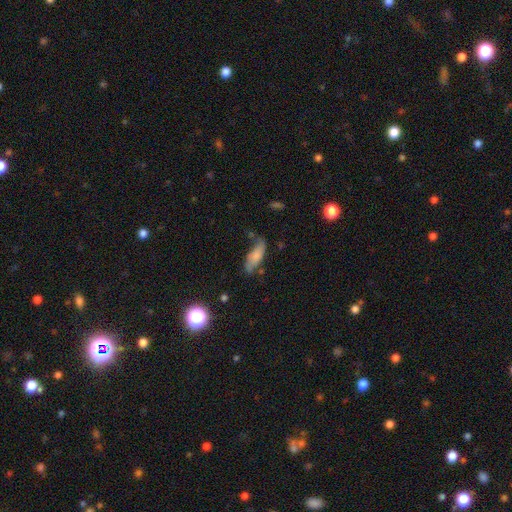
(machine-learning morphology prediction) Smooth or featured: smooth — 64% (featured or disk — 28%)
How rounded: in between — 64% (cigar-shaped — 33%)
Merging: none — 54% (minor disturbance — 30%)